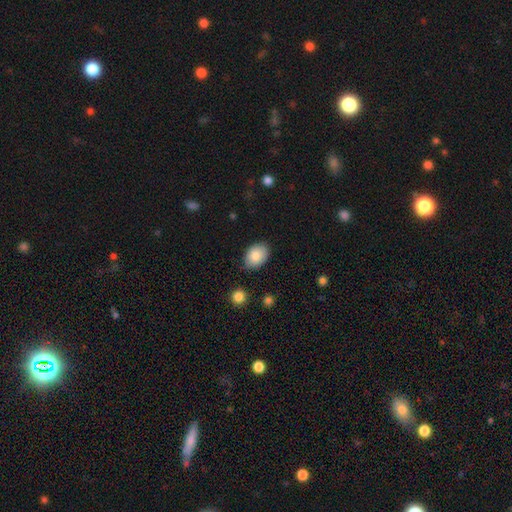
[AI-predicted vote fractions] smooth_or_featured: smooth (p=0.87) [alt: star or artifact p=0.07]
how_rounded: in between (p=0.80) [alt: round p=0.19]
merging: none (p=0.77) [alt: minor disturbance p=0.17]